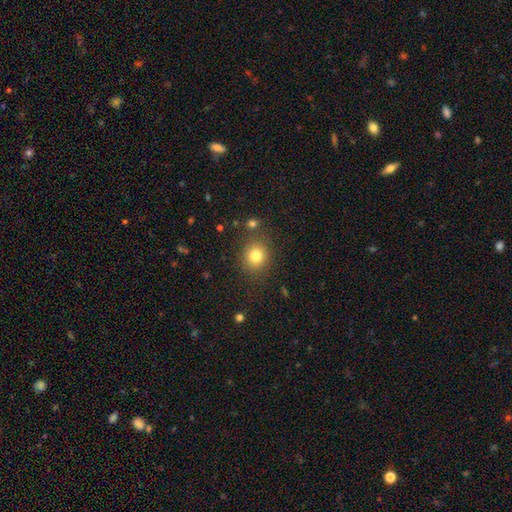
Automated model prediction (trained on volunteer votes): This appears to be a smooth galaxy with no disk features (80%) that is round (81%). Merging: none (83%).